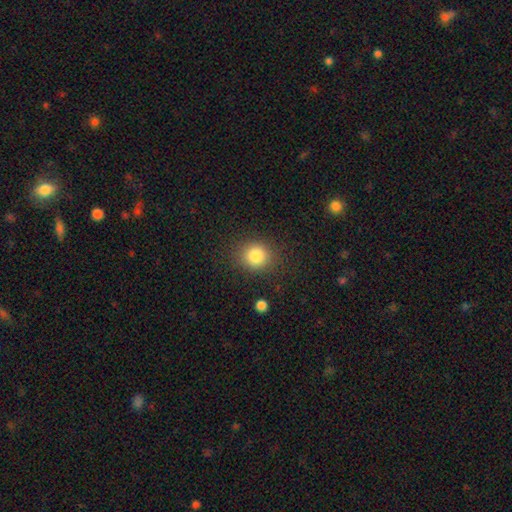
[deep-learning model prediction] Overall: smooth (84%). How rounded: round (78%). Merging: none (85%).